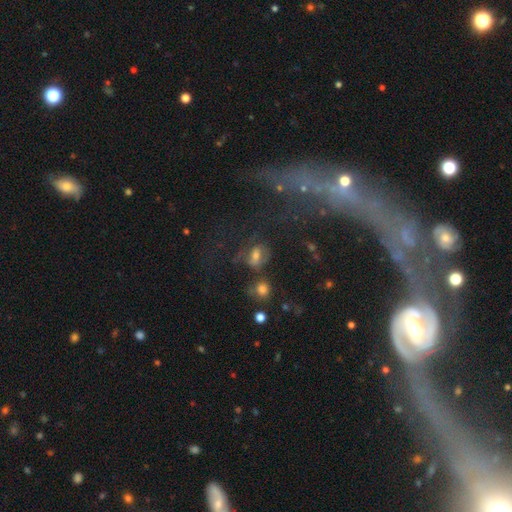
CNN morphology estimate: The model was most divided on "smooth or featured": smooth: 40%, featured or disk: 37%, star or artifact: 23%. Remaining: merging — none (49%).